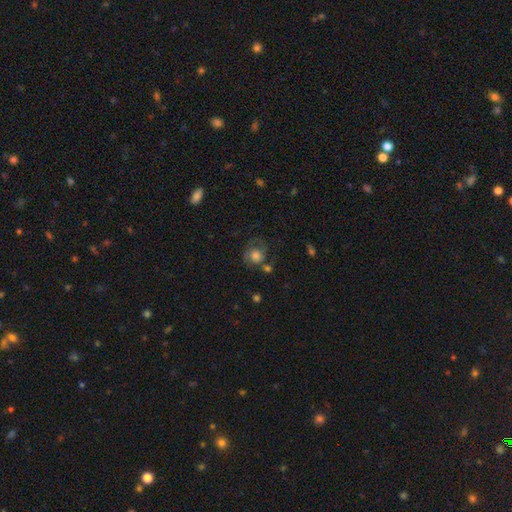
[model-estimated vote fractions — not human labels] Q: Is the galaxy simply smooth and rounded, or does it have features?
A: smooth — 49%.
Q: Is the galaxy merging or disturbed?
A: none — 50%.